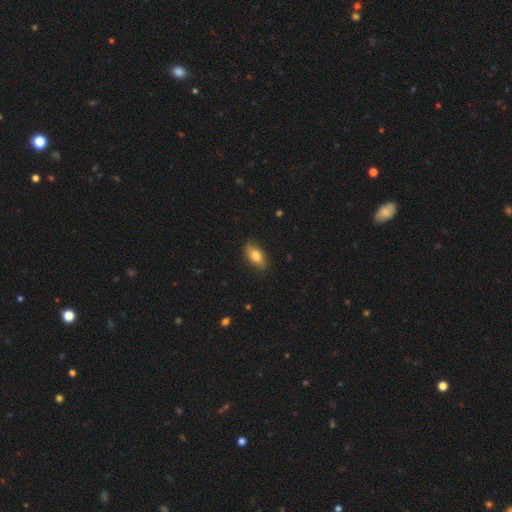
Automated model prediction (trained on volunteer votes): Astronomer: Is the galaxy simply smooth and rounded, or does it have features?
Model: smooth — 78%.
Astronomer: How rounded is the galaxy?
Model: in between — 88%.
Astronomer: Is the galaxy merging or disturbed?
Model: none — 85%.